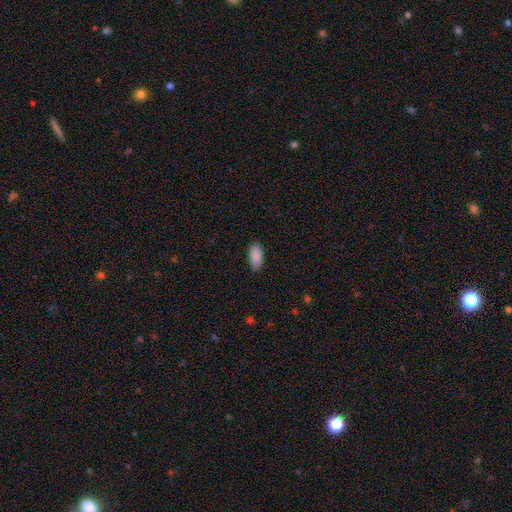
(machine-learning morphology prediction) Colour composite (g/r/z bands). It shows a smooth galaxy with no disk features (90%) that is in between round and cigar-shaped (92%). Merging: none (85%).